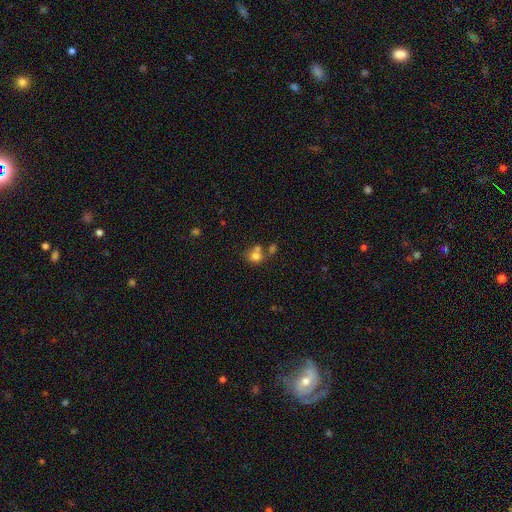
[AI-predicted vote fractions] Smooth or featured? Predicted: smooth (p=0.75). How rounded? Predicted: round (p=0.77). Merging? Predicted: none (p=0.43).